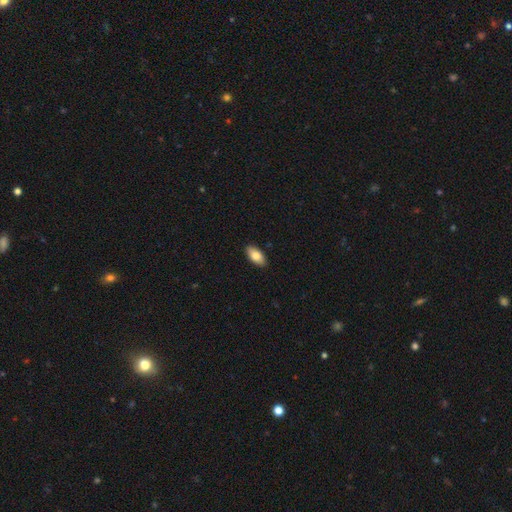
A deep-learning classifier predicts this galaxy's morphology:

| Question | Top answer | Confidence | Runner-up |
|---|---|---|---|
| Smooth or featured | smooth | 81% | featured or disk (12%) |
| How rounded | in between | 92% | cigar-shaped (5%) |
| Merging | none | 90% | minor disturbance (8%) |